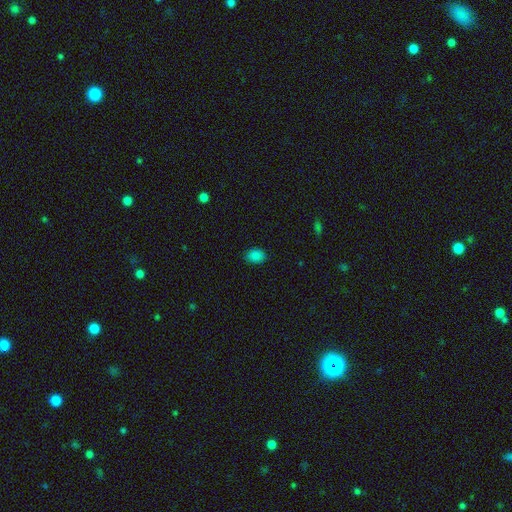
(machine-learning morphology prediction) A smooth galaxy with no disk features (85%) that is in between round and cigar-shaped (74%).

Vote fractions:
- Smooth or featured? smooth: 85% / star or artifact: 12% / featured or disk: 3%
- How rounded? in between: 74% / round: 25% / cigar-shaped: 1%
- Merging? none: 87% / minor disturbance: 10% / major disturbance: 2% / merger: 1%